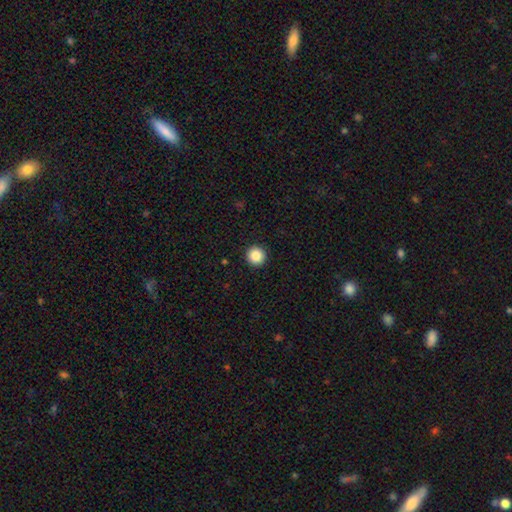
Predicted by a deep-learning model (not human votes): Q: Smooth or featured?
A: smooth (87%); runner-up: star or artifact (9%)
Q: How rounded?
A: round (96%); runner-up: in between (4%)
Q: Merging?
A: none (94%); runner-up: minor disturbance (4%)